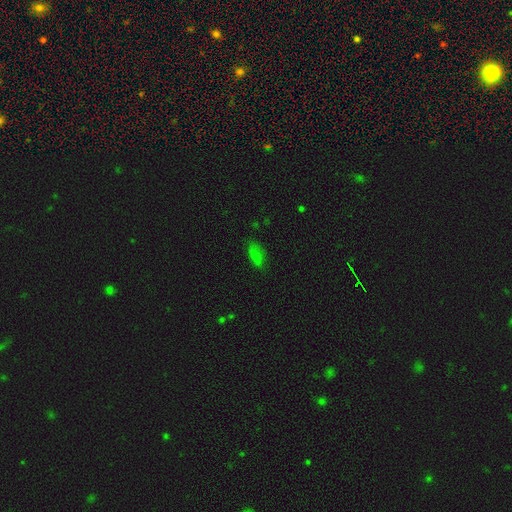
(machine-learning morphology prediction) type=smooth (74%); roundness=in between (79%); merging=none (69%).